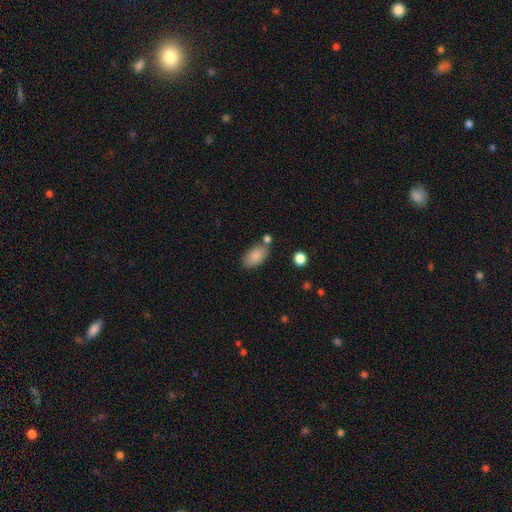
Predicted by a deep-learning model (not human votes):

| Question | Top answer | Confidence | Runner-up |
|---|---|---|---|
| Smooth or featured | smooth | 87% | star or artifact (7%) |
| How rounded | in between | 93% | round (4%) |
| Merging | none | 69% | minor disturbance (15%) |